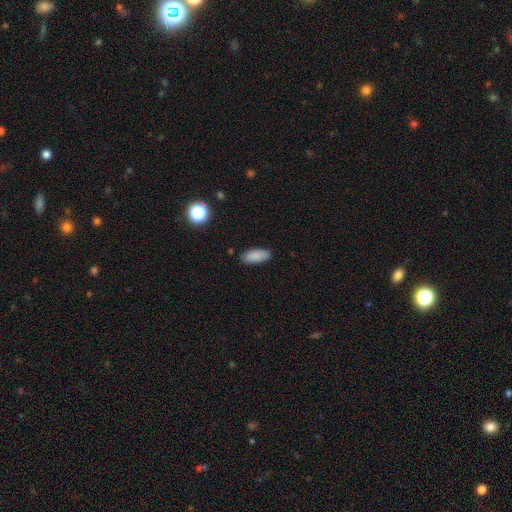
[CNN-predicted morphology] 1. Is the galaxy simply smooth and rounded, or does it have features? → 87% smooth, 8% star or artifact, 5% featured or disk.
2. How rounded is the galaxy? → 84% in between, 14% cigar-shaped, 2% round.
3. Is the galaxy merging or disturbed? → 83% none, 13% minor disturbance, 2% major disturbance, 1% merger.